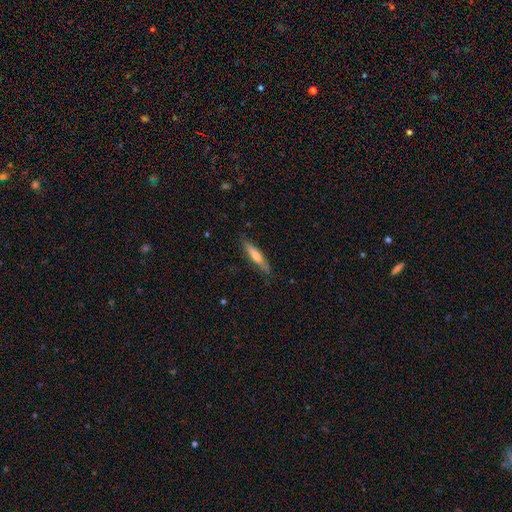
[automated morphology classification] Q: Smooth or featured?
A: smooth (55%); runner-up: featured or disk (39%)
Q: How rounded?
A: cigar-shaped (86%); runner-up: in between (12%)
Q: Merging?
A: none (84%); runner-up: minor disturbance (12%)